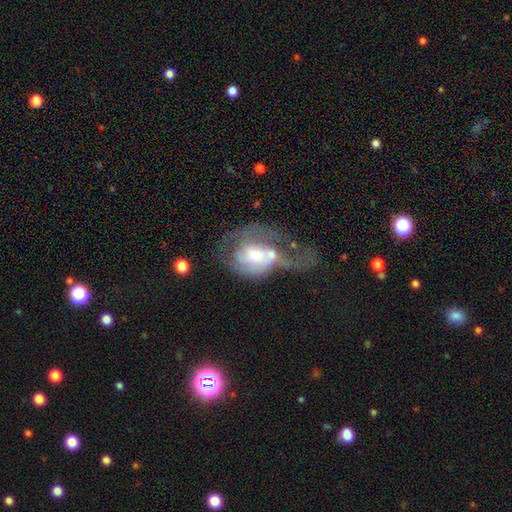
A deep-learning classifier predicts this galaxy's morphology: smooth_or_featured: featured or disk (p=0.66) [alt: smooth p=0.27]
disk_edge_on: no (p=0.96) [alt: yes p=0.04]
bar: no (p=0.61) [alt: weak p=0.32]
has_spiral_arms: yes (p=0.70) [alt: no p=0.30]
bulge_size: moderate (p=0.57) [alt: small p=0.28]
merging: major disturbance (p=0.38) [alt: merger p=0.32]